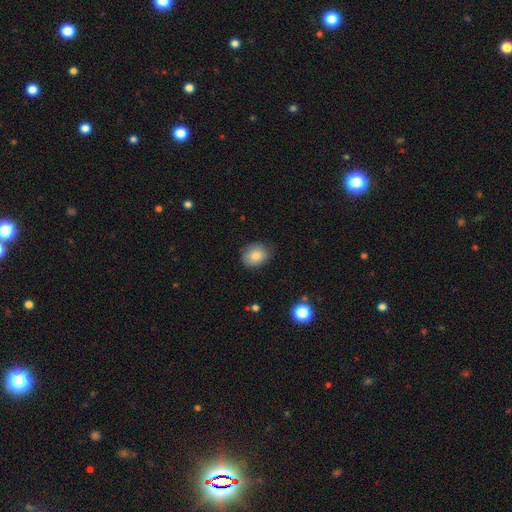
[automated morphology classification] This is clearly a smooth galaxy (84%). How rounded: possibly round (53%). Merging: clearly none (81%).